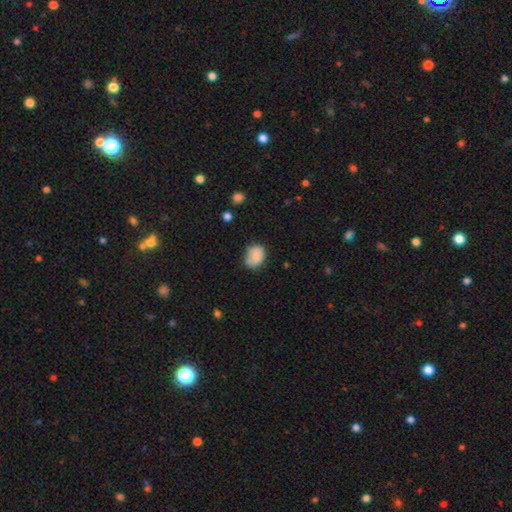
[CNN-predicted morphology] Q: Smooth or featured?
A: smooth (75%); runner-up: featured or disk (16%)
Q: How rounded?
A: in between (59%); runner-up: round (40%)
Q: Merging?
A: none (57%); runner-up: minor disturbance (32%)